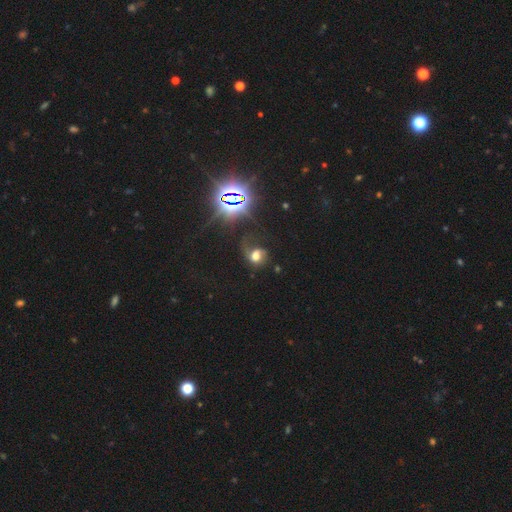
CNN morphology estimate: Q: Smooth or featured?
A: smooth (44%); runner-up: featured or disk (30%)
Q: Merging?
A: major disturbance (36%); runner-up: none (35%)